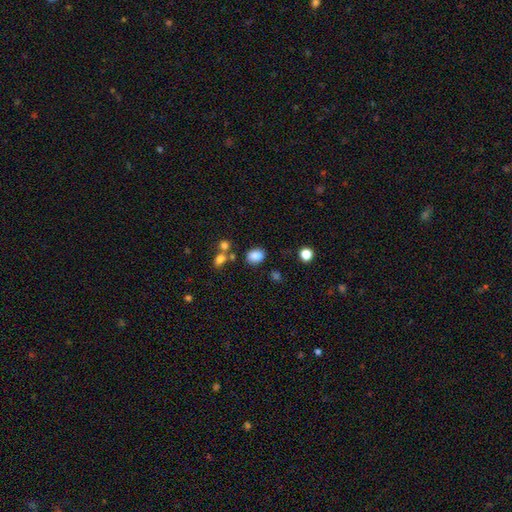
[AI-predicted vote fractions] Smooth or featured? smooth (85%)
How rounded? in between (69%)
Merging? none (74%)